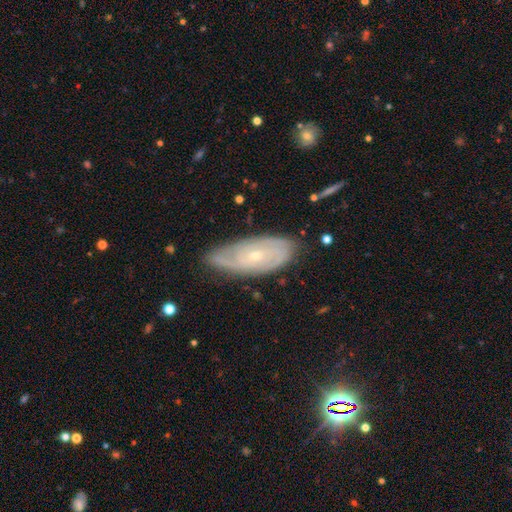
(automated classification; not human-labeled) The model was most divided on "spiral arm count": can't tell: 46%, 2: 29%, 3: 11%, 4: 5%, 1: 5%, more than 4: 4%. More confident: edge-on disk — no (89%); spiral arms — yes (89%); smooth or featured — featured or disk (74%); bulge size — small (73%); bar — no (69%); merging — none (69%); spiral winding — tight (64%).